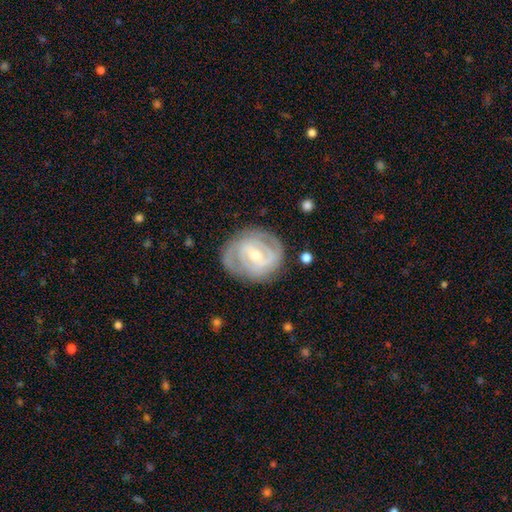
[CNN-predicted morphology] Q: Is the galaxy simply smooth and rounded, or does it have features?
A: featured or disk — 85%.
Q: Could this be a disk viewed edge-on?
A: no — 97%.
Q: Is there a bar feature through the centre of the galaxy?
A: weak — 50%.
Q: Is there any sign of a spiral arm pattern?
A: yes — 94%.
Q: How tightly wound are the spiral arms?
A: tight — 68%.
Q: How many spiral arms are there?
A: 2 — 47%.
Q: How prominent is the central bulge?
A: small — 50%.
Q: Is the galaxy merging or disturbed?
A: none — 79%.